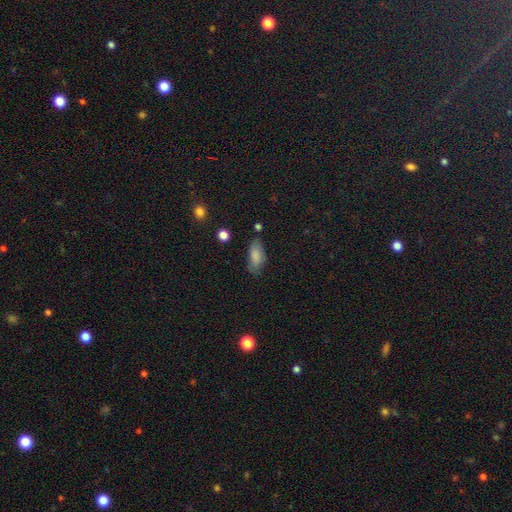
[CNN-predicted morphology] Smooth or featured: smooth — 83% (featured or disk — 9%)
How rounded: in between — 84% (cigar-shaped — 14%)
Merging: none — 70% (minor disturbance — 21%)